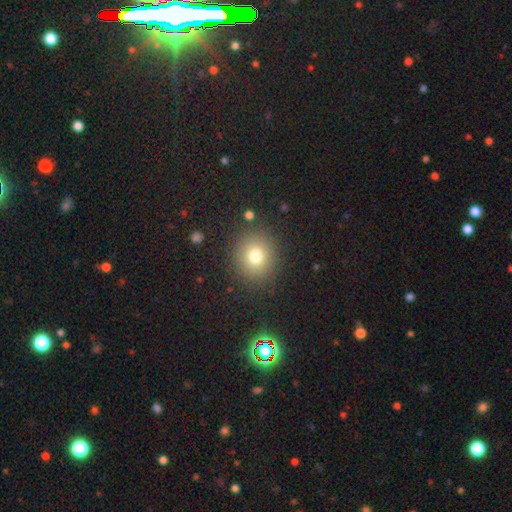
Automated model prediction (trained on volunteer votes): Q: Smooth or featured?
A: smooth (65%); runner-up: star or artifact (27%)
Q: How rounded?
A: round (86%); runner-up: in between (13%)
Q: Merging?
A: none (89%); runner-up: minor disturbance (6%)